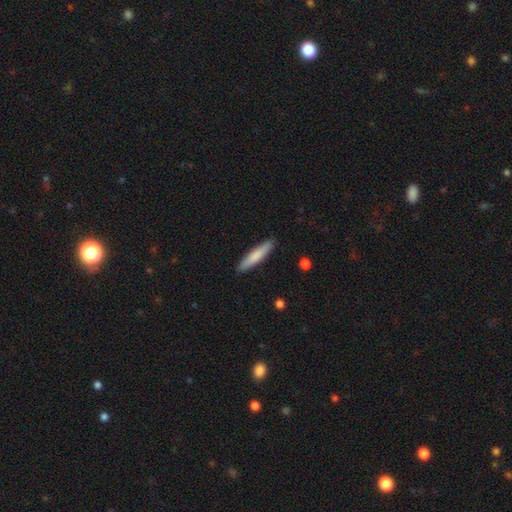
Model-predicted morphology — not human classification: Smooth or featured? smooth (77%)
How rounded? cigar-shaped (88%)
Merging? none (90%)